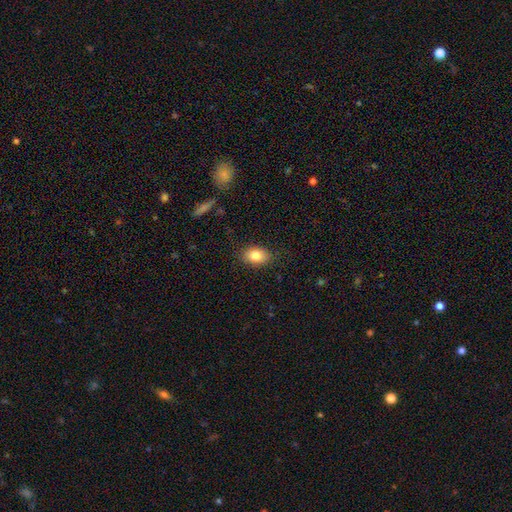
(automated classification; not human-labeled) Smooth or featured? smooth (82%)
How rounded? in between (81%)
Merging? none (85%)